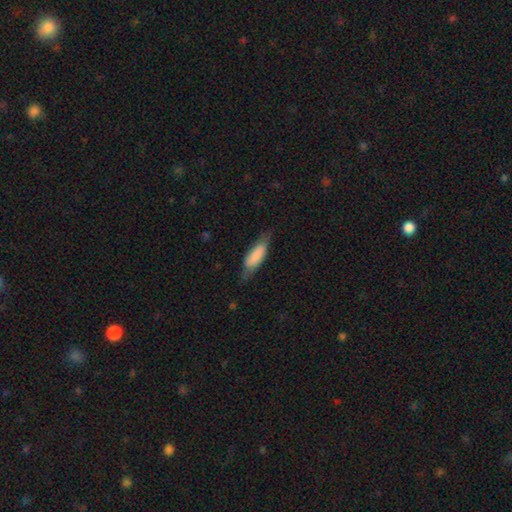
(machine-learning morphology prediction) Q: Smooth or featured?
A: smooth (74%); runner-up: featured or disk (20%)
Q: How rounded?
A: in between (60%); runner-up: cigar-shaped (38%)
Q: Merging?
A: none (62%); runner-up: minor disturbance (27%)